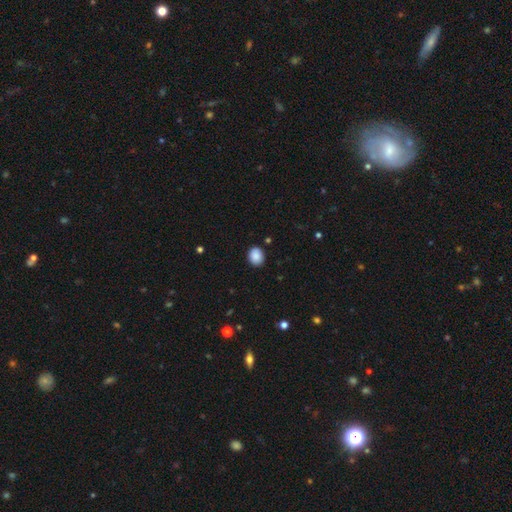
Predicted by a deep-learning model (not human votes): This is clearly a smooth galaxy (88%). How rounded: possibly round (53%). Merging: clearly none (88%).